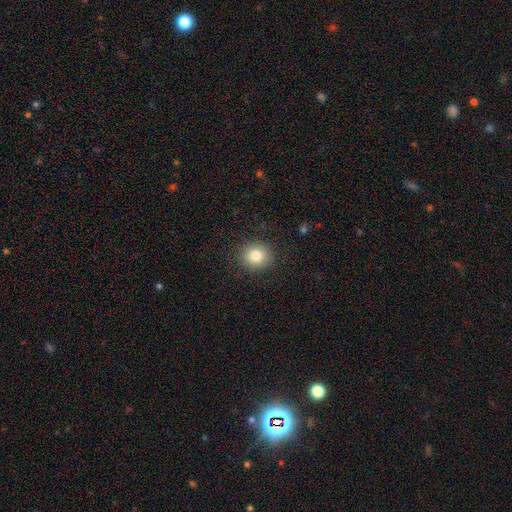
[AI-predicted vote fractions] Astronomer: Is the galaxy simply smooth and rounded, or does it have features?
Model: smooth — 83%.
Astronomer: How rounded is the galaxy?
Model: round — 86%.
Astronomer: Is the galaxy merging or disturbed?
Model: none — 90%.